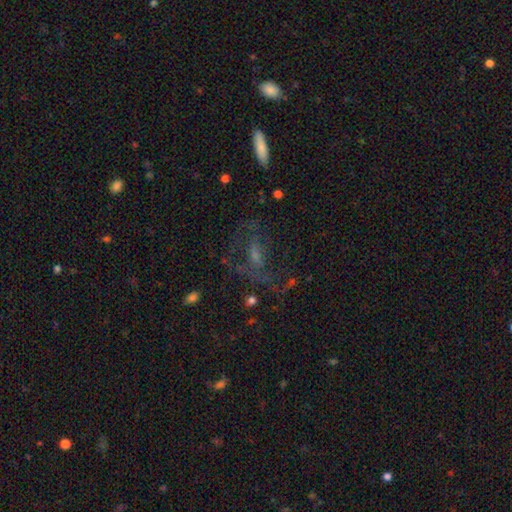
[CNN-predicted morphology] Smooth or featured?
  - featured or disk: 55% *
  - star or artifact: 23%
  - smooth: 22%
Edge-on disk?
  - no: 91% *
  - yes: 9%
Merging?
  - none: 49% *
  - major disturbance: 30%
  - minor disturbance: 17%
  - merger: 4%